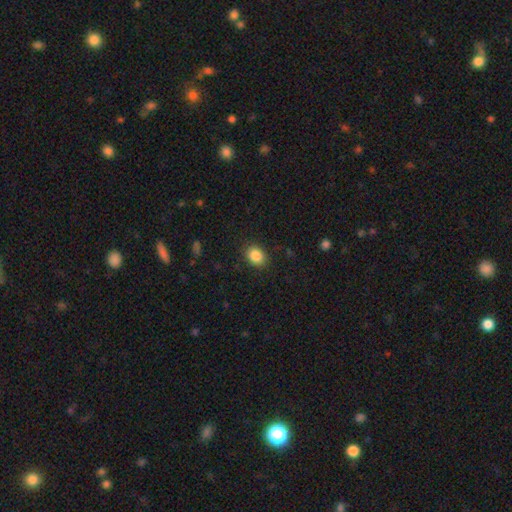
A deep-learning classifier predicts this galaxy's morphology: This appears to be a smooth galaxy with no disk features (87%) that is in between round and cigar-shaped (57%). Merging: none (87%).